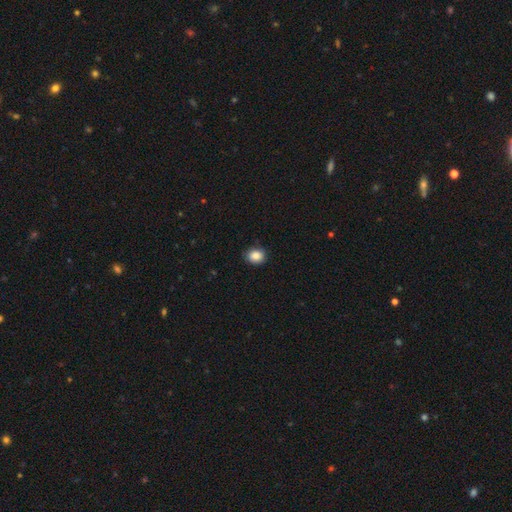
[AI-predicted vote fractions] The model was most divided on "how rounded": round: 68%, in between: 31%, cigar-shaped: 1%. More confident: smooth or featured — smooth (86%); merging — none (84%).